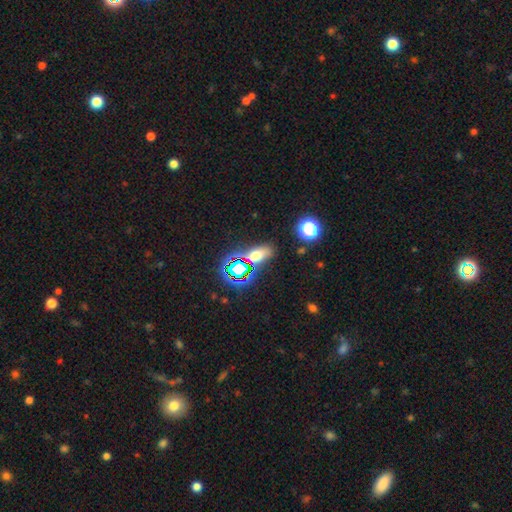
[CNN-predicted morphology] Smooth or featured?
  - smooth: 55% *
  - star or artifact: 32%
  - featured or disk: 14%
How rounded?
  - in between: 75% *
  - round: 17%
  - cigar-shaped: 8%
Merging?
  - none: 74% *
  - minor disturbance: 14%
  - merger: 7%
  - major disturbance: 6%